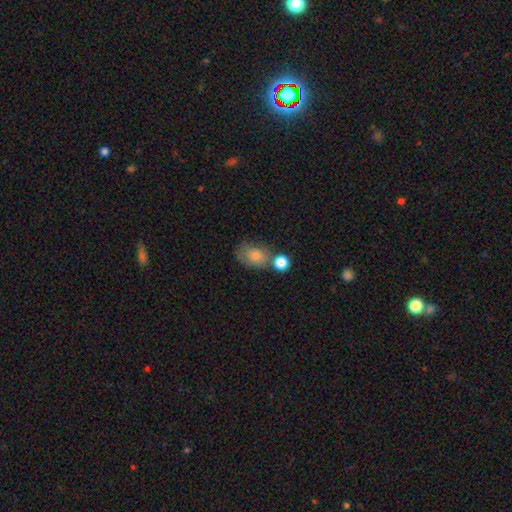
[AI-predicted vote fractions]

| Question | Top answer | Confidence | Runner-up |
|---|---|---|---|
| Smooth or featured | smooth | 74% | featured or disk (15%) |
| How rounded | in between | 64% | round (34%) |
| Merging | none | 49% | merger (21%) |